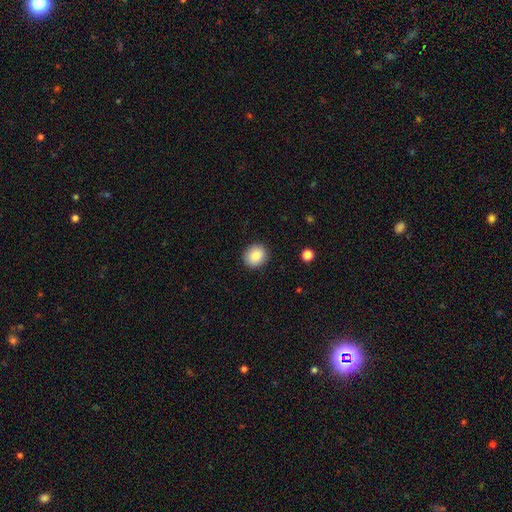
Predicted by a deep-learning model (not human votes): Q: Smooth or featured?
A: smooth (85%); runner-up: star or artifact (8%)
Q: How rounded?
A: round (75%); runner-up: in between (24%)
Q: Merging?
A: none (89%); runner-up: minor disturbance (7%)